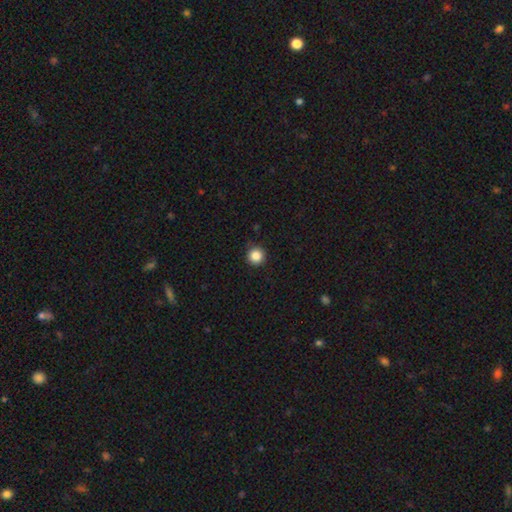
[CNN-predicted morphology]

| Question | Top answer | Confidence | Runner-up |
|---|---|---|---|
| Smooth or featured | smooth | 87% | star or artifact (10%) |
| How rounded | round | 96% | in between (3%) |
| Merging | none | 92% | minor disturbance (6%) |